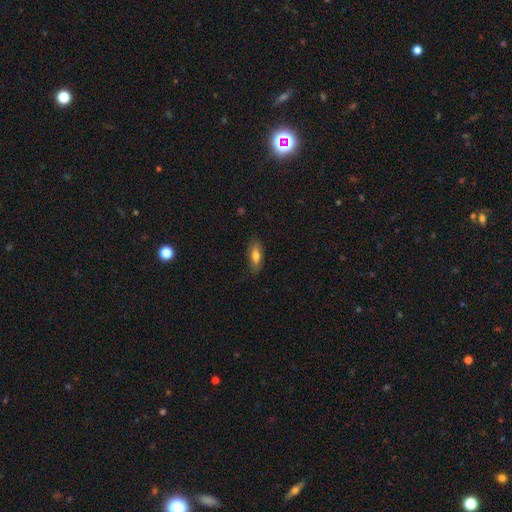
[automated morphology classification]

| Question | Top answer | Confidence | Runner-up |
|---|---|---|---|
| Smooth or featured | smooth | 75% | featured or disk (18%) |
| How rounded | in between | 76% | cigar-shaped (21%) |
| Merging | none | 81% | minor disturbance (15%) |